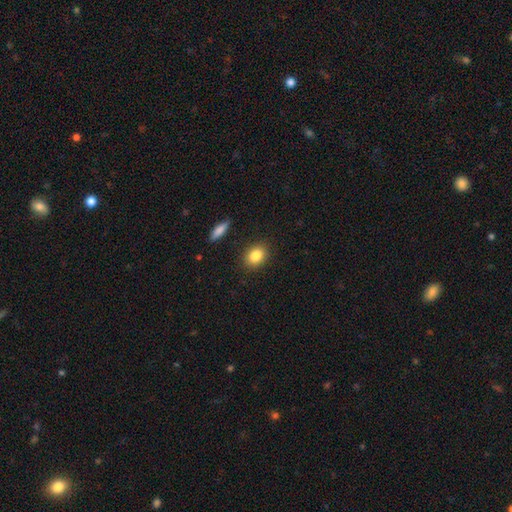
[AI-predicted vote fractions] Smooth or featured: smooth — 84% (star or artifact — 9%)
How rounded: in between — 65% (round — 34%)
Merging: none — 88% (minor disturbance — 8%)